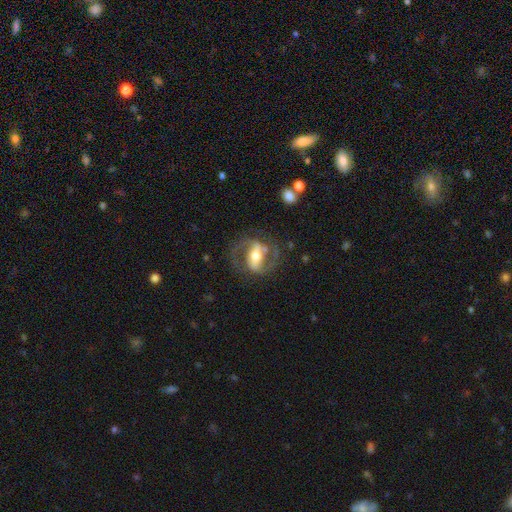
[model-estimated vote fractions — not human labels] featured or disk 83%, smooth 11%, star or artifact 5%. Down the decision tree: edge-on disk — no (95%); bar — strong (61%); spiral arms — yes (89%); spiral arm count — 2 (90%); spiral winding — medium (58%); bulge size — moderate (65%); merging — none (71%).